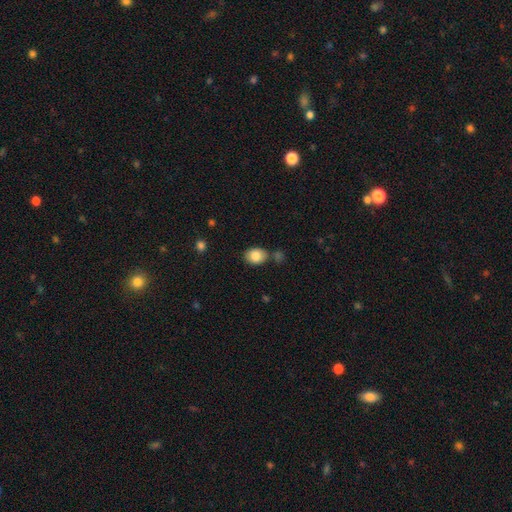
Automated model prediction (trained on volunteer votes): Q: Smooth or featured?
A: smooth (85%); runner-up: star or artifact (8%)
Q: How rounded?
A: in between (71%); runner-up: round (28%)
Q: Merging?
A: none (71%); runner-up: minor disturbance (14%)